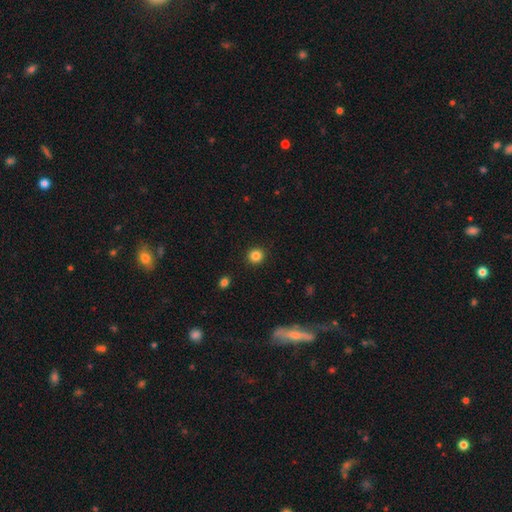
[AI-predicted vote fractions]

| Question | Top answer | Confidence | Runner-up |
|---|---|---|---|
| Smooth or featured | smooth | 85% | star or artifact (11%) |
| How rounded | round | 93% | in between (6%) |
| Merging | none | 93% | minor disturbance (5%) |